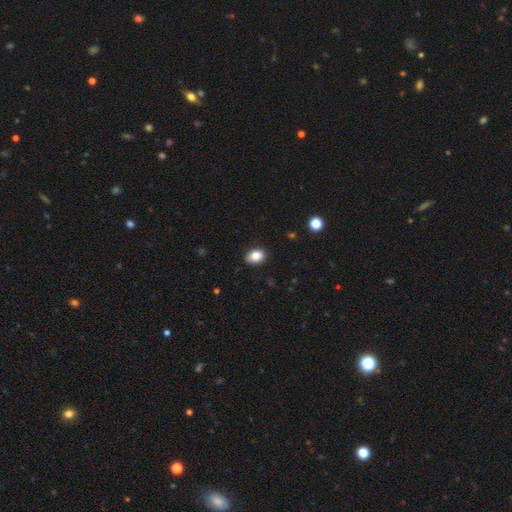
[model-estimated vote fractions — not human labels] Smooth or featured: smooth — 85% (star or artifact — 8%)
How rounded: in between — 79% (round — 19%)
Merging: none — 88% (minor disturbance — 9%)